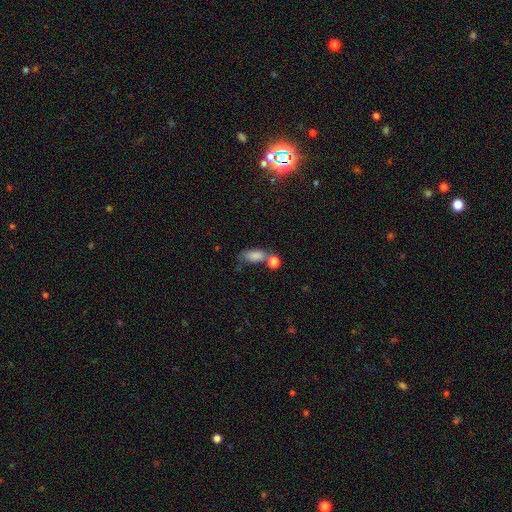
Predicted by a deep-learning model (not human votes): This appears to be a smooth galaxy with no disk features (81%) that is in between round and cigar-shaped (81%). Merging: none (40%).